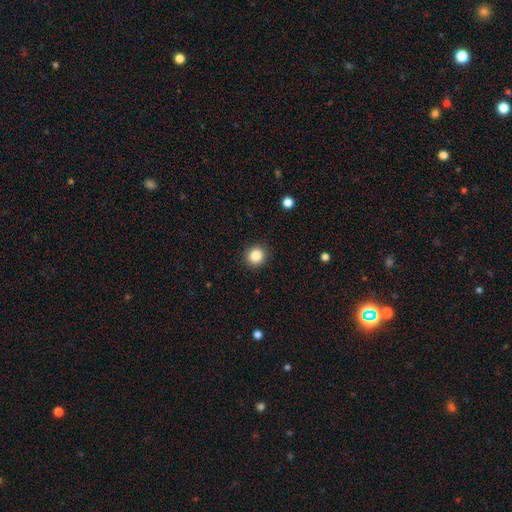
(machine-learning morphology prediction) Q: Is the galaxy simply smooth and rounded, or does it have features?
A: smooth — 86%.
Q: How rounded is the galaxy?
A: round — 92%.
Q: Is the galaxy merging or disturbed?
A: none — 92%.